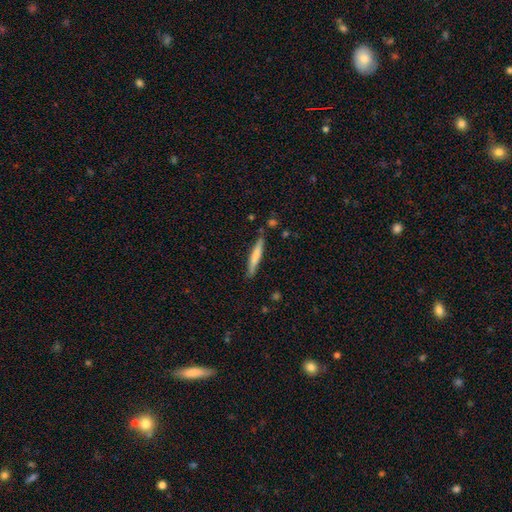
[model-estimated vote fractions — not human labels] smooth 68%, featured or disk 26%, star or artifact 5%. Down the decision tree: how rounded — cigar-shaped (94%); merging — none (82%).